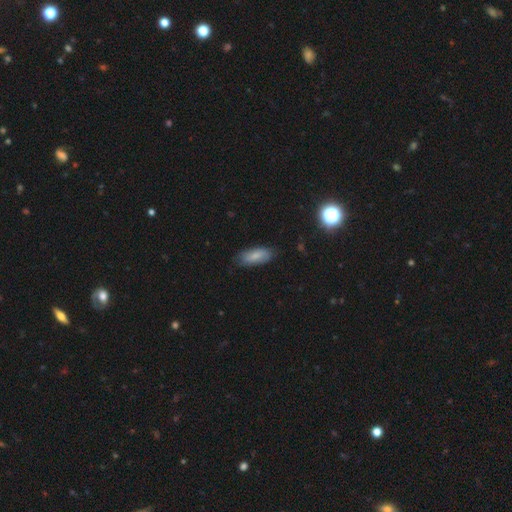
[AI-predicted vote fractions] Morphology: type=smooth (80%); roundness=in between (84%); merging=none (75%).